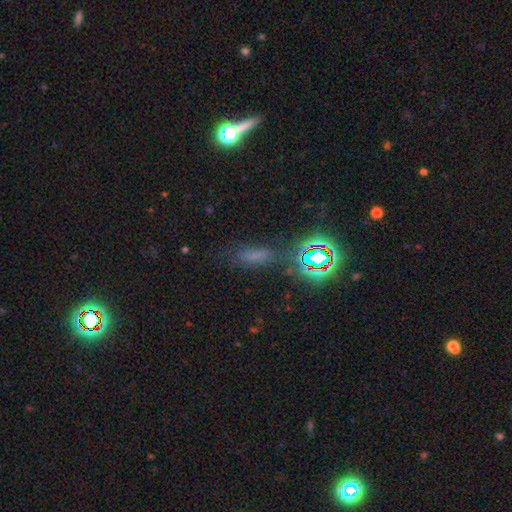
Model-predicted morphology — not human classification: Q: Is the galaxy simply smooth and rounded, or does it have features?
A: smooth — 51%.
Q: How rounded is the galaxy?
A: in between — 47%.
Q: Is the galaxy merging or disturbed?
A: none — 67%.